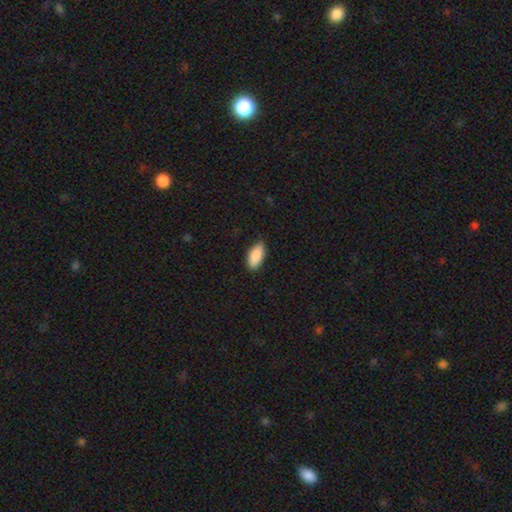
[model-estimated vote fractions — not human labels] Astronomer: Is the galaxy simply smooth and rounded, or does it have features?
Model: smooth — 90%.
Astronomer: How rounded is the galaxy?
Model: in between — 91%.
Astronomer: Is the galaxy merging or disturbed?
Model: none — 86%.